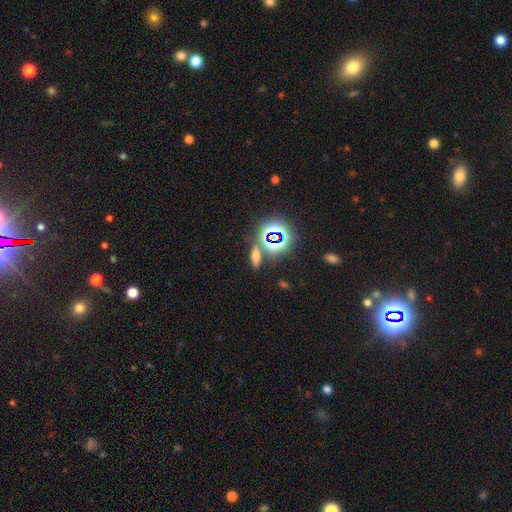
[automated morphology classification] Smooth or featured? smooth (46%)
Merging? none (76%)